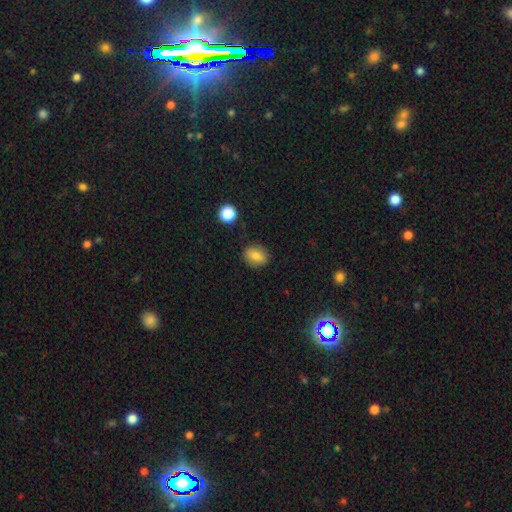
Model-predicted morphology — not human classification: Smooth or featured? smooth (81%)
How rounded? in between (52%)
Merging? none (86%)